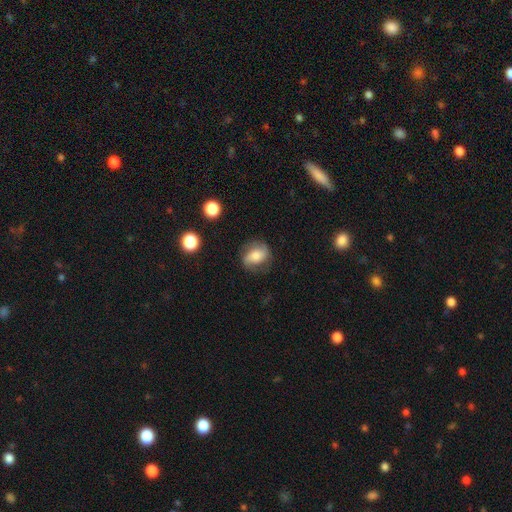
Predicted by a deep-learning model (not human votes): Smooth or featured? Predicted: featured or disk (p=0.46). Merging? Predicted: none (p=0.69).